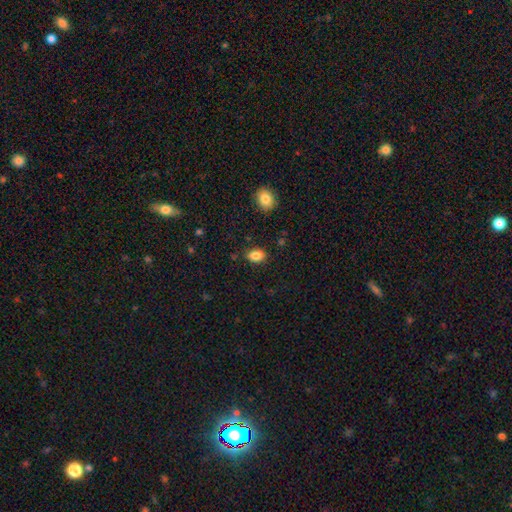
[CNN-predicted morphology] Q: Smooth or featured?
A: smooth (85%); runner-up: star or artifact (9%)
Q: How rounded?
A: in between (83%); runner-up: round (15%)
Q: Merging?
A: none (86%); runner-up: minor disturbance (10%)